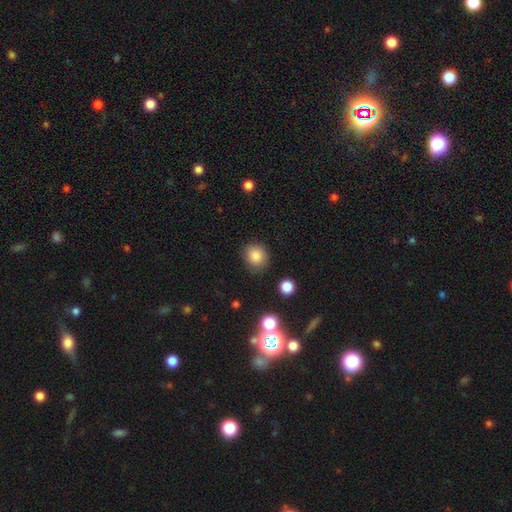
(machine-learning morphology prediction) type=smooth (85%); roundness=round (80%); merging=none (81%).